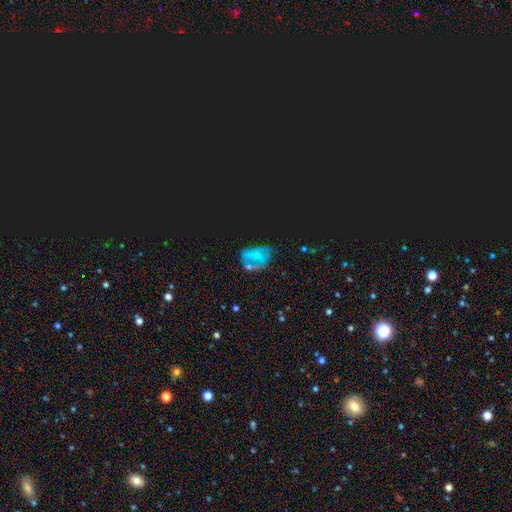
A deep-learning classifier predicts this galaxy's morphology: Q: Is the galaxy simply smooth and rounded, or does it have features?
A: star or artifact — 40%.